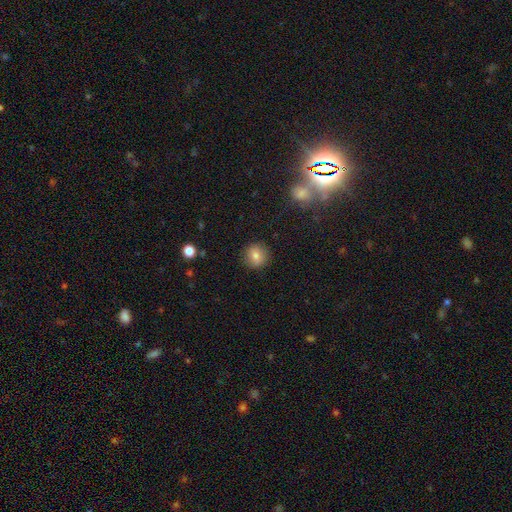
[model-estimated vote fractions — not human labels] The model was most divided on "smooth or featured": smooth: 79%, star or artifact: 11%, featured or disk: 10%. More confident: how rounded — round (91%); merging — none (90%).